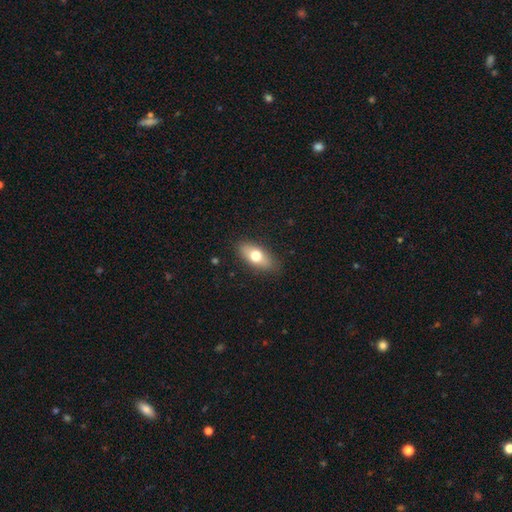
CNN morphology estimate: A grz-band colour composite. It shows a smooth galaxy with no disk features (70%) that is in between round and cigar-shaped (83%). Merging: none (85%).